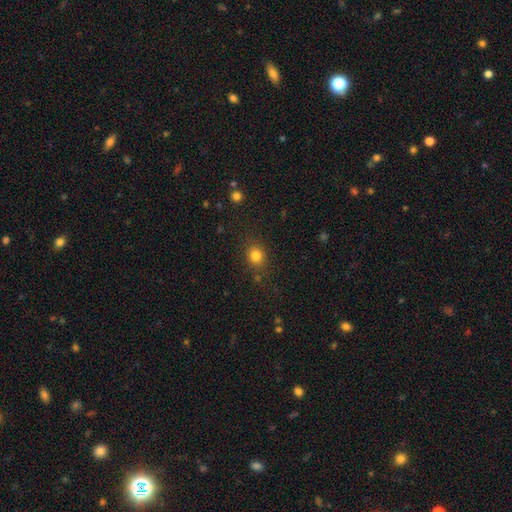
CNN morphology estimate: This appears to be a smooth galaxy with no disk features (82%) that is round (74%). Merging: none (82%).